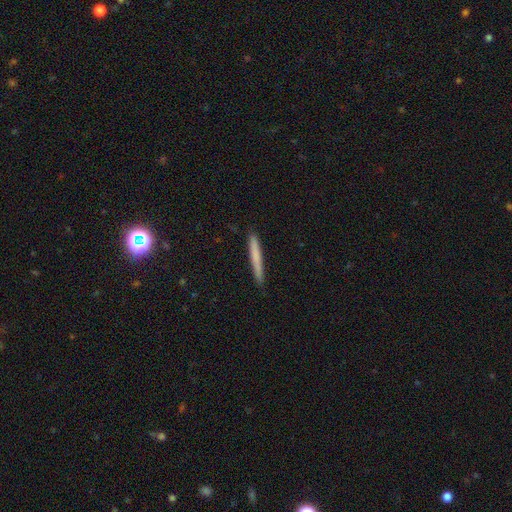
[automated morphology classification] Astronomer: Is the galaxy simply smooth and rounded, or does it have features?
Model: smooth — 71%.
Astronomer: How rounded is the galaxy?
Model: cigar-shaped — 97%.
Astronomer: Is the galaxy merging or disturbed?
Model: none — 89%.